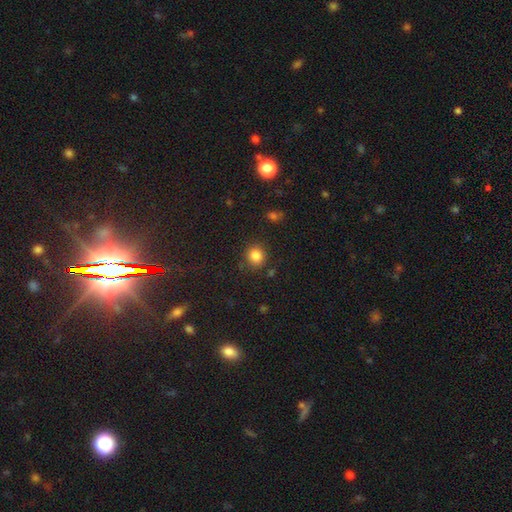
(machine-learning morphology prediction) Overall: smooth (83%). How rounded: round (84%). Merging: none (85%).